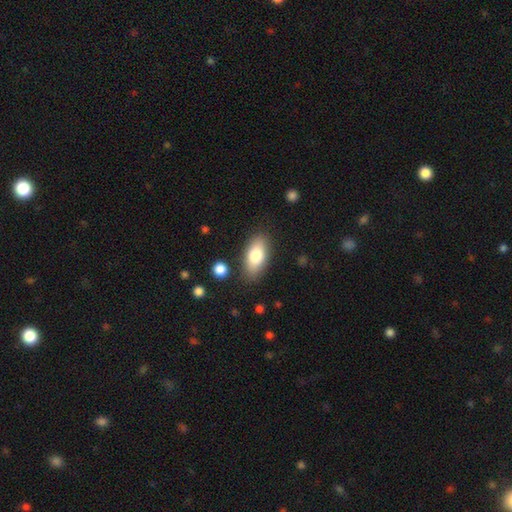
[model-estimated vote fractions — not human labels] This is likely a smooth galaxy (78%). How rounded: clearly in between (89%). Merging: clearly none (84%).